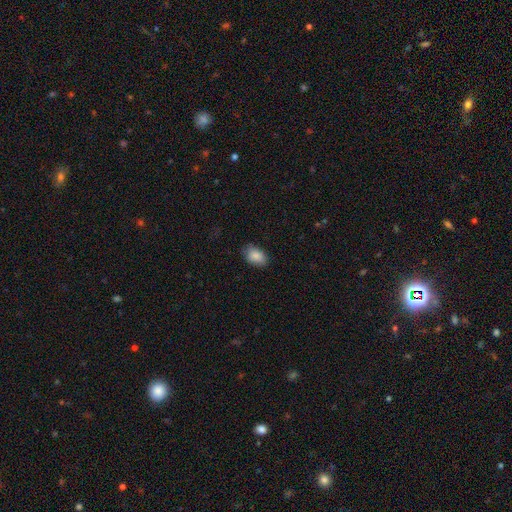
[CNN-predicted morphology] Q: Smooth or featured?
A: smooth (87%); runner-up: star or artifact (8%)
Q: How rounded?
A: in between (87%); runner-up: round (12%)
Q: Merging?
A: none (78%); runner-up: minor disturbance (18%)